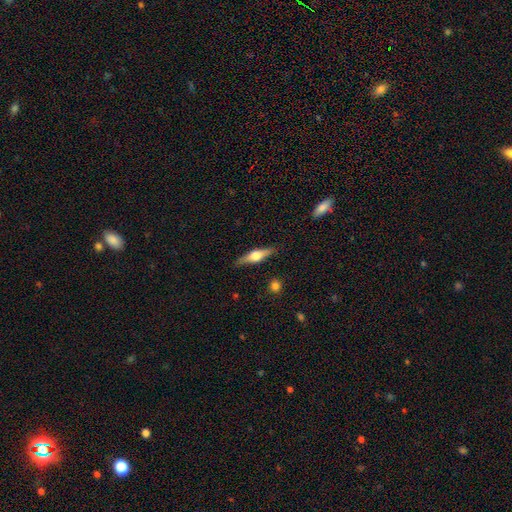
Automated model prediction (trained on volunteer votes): Overall: featured or disk (61%; smooth 33%). Edge-on disk: yes (96%). Edge-on bulge: rounded (93%). Merging: none (87%).